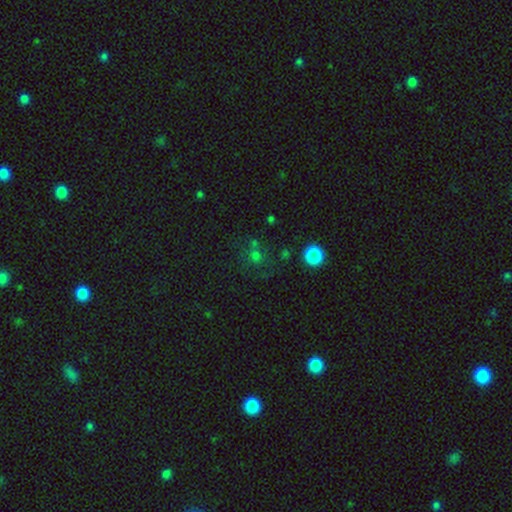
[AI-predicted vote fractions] smooth_or_featured: smooth (p=0.59) [alt: star or artifact p=0.28]
how_rounded: round (p=0.82) [alt: in between p=0.17]
merging: none (p=0.62) [alt: merger p=0.15]